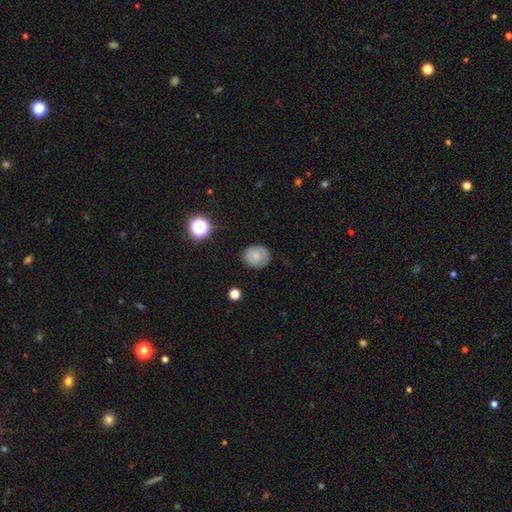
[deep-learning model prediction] Smooth or featured? Predicted: smooth (p=0.79). How rounded? Predicted: round (p=0.80). Merging? Predicted: none (p=0.85).